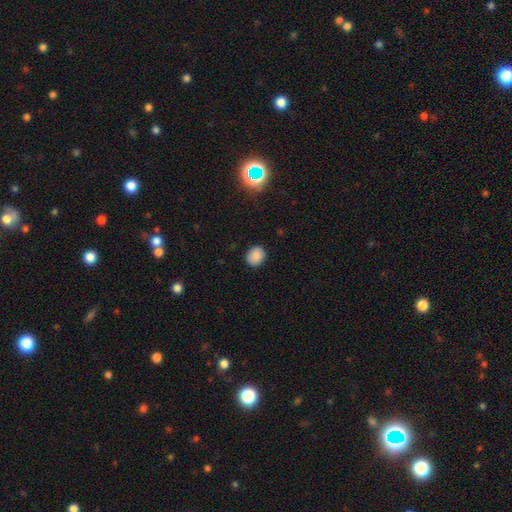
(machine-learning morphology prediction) A smooth galaxy with no disk features (86%) that is round (67%). Merging: none (87%).